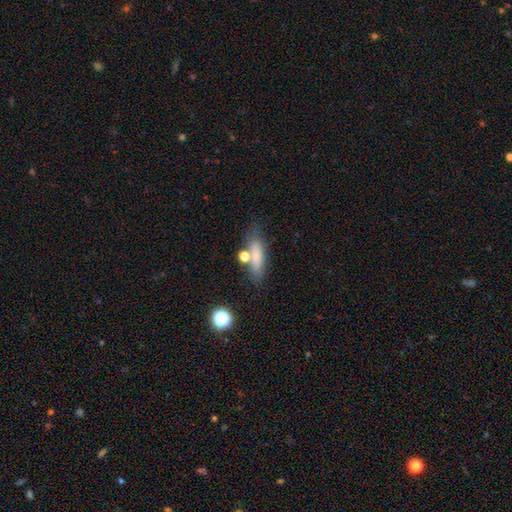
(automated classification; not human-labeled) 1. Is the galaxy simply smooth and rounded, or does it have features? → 74% smooth, 16% featured or disk, 11% star or artifact.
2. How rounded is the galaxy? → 52% cigar-shaped, 42% in between, 6% round.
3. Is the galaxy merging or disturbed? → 63% none, 17% minor disturbance, 13% merger, 7% major disturbance.